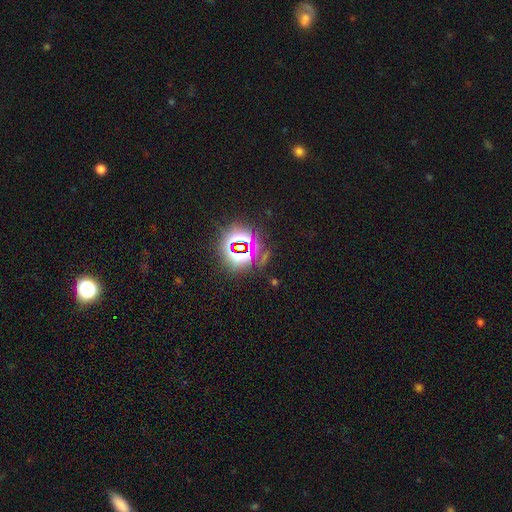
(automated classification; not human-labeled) Smooth or featured? Predicted: star or artifact (p=0.81).